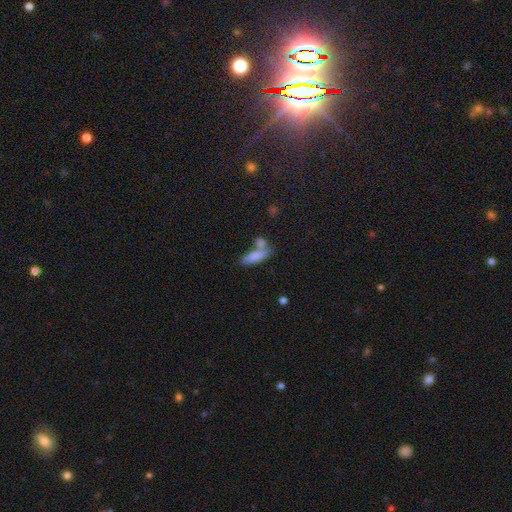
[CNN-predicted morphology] This is likely a smooth galaxy (80%). How rounded: possibly in between (57%). Merging: possibly none (46%).